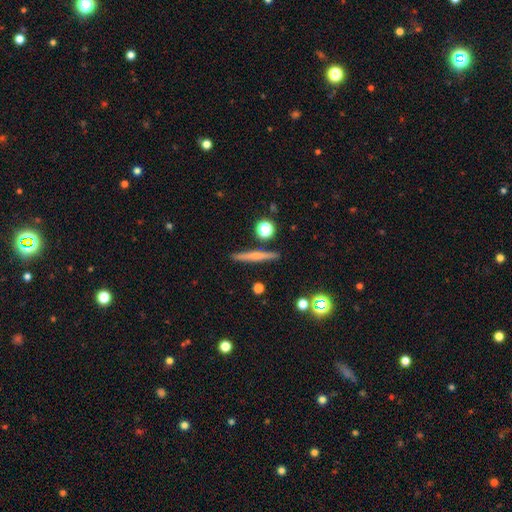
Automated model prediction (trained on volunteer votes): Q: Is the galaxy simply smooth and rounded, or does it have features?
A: smooth — 49%.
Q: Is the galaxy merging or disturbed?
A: none — 89%.